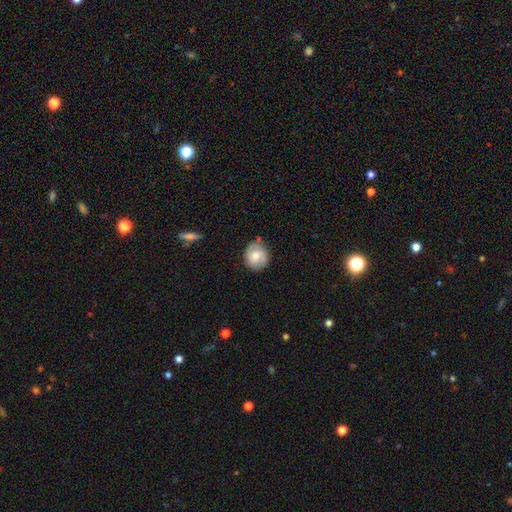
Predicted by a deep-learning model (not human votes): Smooth or featured: smooth — 64% (featured or disk — 29%)
How rounded: round — 82% (in between — 17%)
Merging: none — 75% (minor disturbance — 18%)